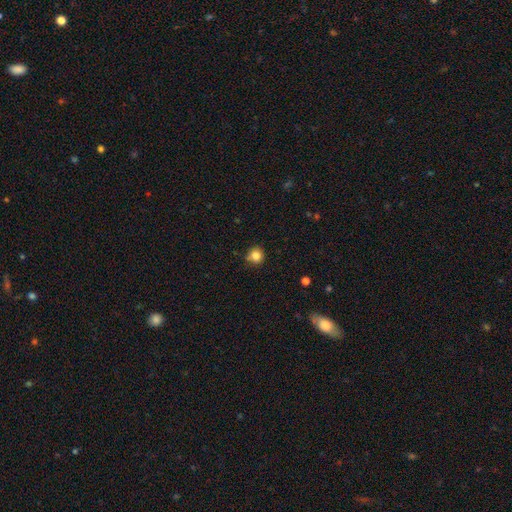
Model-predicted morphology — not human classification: A smooth galaxy with no disk features (83%) that is round (90%). Merging: none (80%).